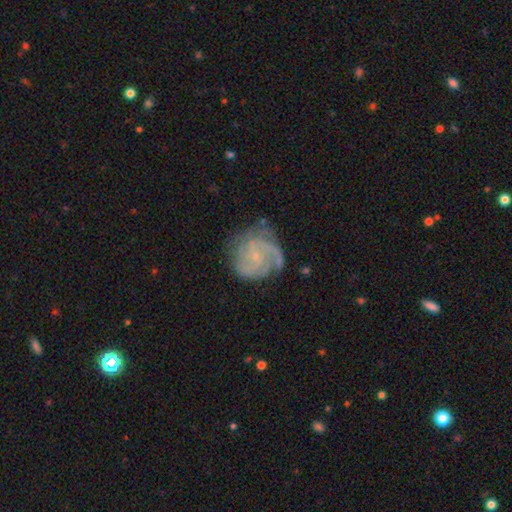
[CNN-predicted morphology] A featured or disk galaxy (84%) with no bar (69%), 2 (34%) tight (52%) spiral arms (96%) and a small central bulge (81%). Merging: none (62%).